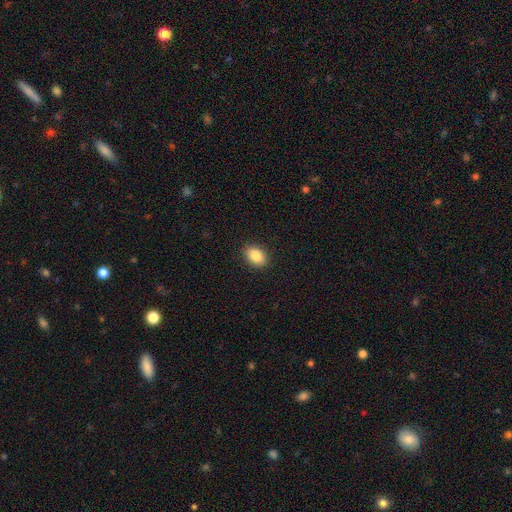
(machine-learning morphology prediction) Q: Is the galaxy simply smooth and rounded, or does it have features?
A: smooth — 86%.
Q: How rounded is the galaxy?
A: in between — 82%.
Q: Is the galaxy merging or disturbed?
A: none — 90%.